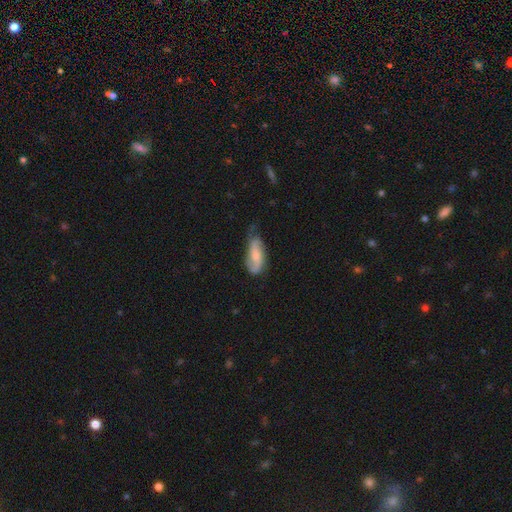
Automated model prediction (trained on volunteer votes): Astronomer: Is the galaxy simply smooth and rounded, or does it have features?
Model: featured or disk — 57% (runner-up: smooth, 36%).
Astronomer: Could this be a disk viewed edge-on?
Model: no — 91%.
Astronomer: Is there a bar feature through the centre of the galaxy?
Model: no — 54% (runner-up: weak, 35%).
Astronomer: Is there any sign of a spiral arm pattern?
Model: yes — 91%.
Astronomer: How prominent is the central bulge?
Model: moderate — 38% (runner-up: small, 32%).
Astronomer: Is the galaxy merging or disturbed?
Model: none — 49% (runner-up: minor disturbance, 34%).